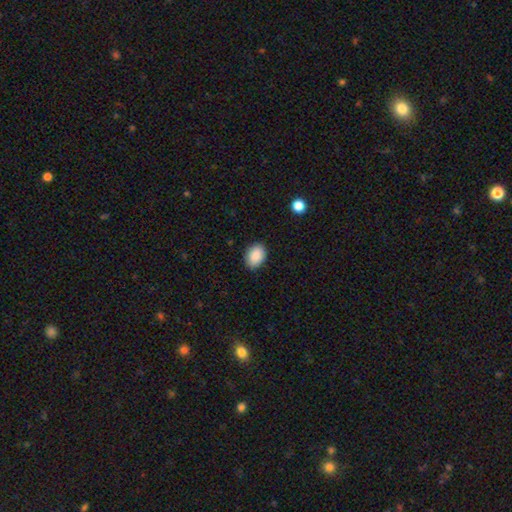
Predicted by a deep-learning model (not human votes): Smooth or featured: smooth — 90% (star or artifact — 7%)
How rounded: in between — 78% (round — 21%)
Merging: none — 88% (minor disturbance — 9%)